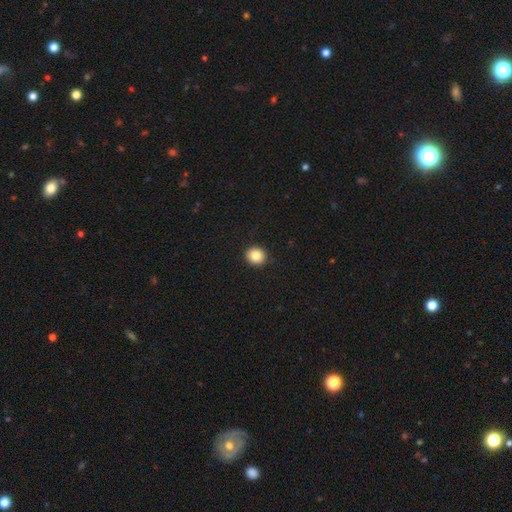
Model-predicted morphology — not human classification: This is clearly a smooth galaxy (84%). How rounded: clearly round (87%). Merging: clearly none (92%).